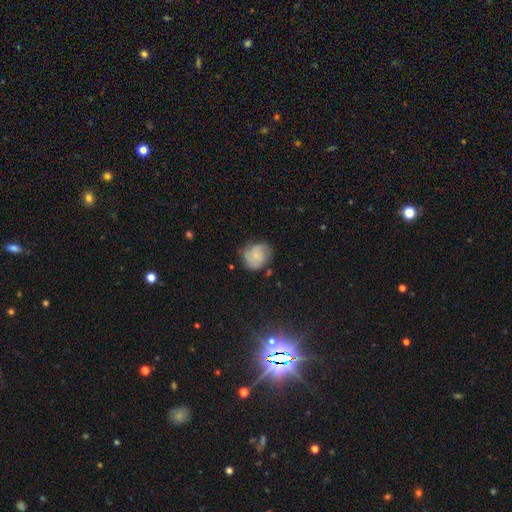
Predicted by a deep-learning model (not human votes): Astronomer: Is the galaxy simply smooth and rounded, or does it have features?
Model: featured or disk — 52% (runner-up: smooth, 40%).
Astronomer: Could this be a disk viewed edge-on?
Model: no — 98%.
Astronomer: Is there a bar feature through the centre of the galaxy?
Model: no — 69%.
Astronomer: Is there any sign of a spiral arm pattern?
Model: yes — 89%.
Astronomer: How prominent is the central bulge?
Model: small — 53%.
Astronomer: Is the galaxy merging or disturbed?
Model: none — 67%.